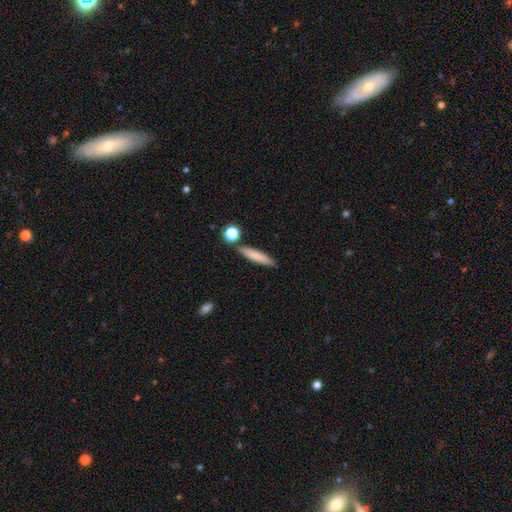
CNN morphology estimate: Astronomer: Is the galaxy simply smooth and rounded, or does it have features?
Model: smooth — 78%.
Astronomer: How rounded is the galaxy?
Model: cigar-shaped — 86%.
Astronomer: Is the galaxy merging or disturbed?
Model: none — 81%.